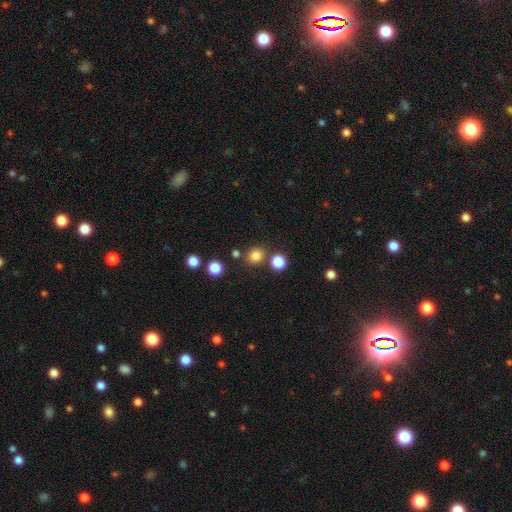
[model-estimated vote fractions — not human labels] A smooth galaxy with no disk features (81%) that is round (79%). Merging: none (78%).